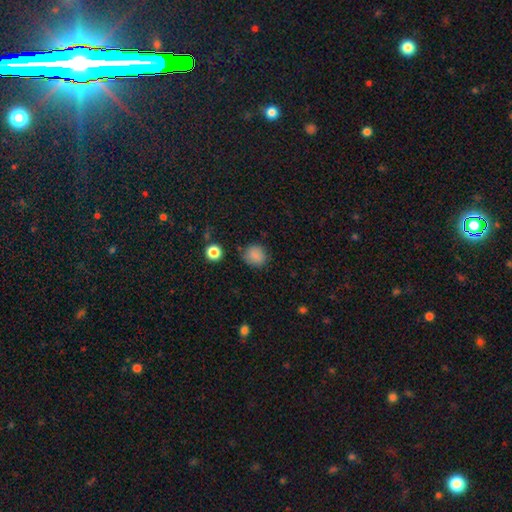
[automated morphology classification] Smooth or featured?
  - smooth: 85% *
  - star or artifact: 11%
  - featured or disk: 4%
How rounded?
  - round: 78% *
  - in between: 21%
  - cigar-shaped: 1%
Merging?
  - none: 79% *
  - minor disturbance: 15%
  - major disturbance: 4%
  - merger: 2%